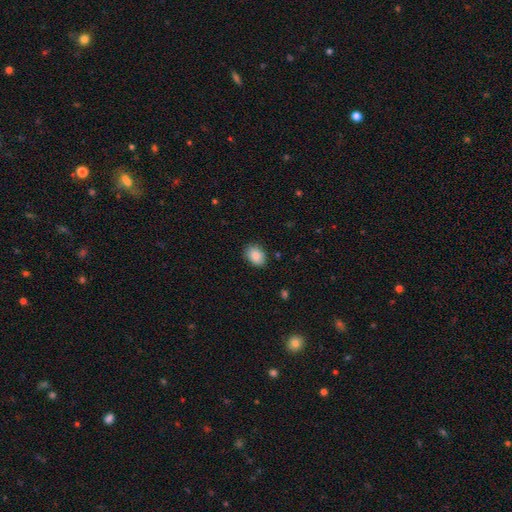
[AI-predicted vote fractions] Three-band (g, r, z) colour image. It shows a smooth galaxy with no disk features (87%) that is in between round and cigar-shaped (70%). Merging: none (83%).